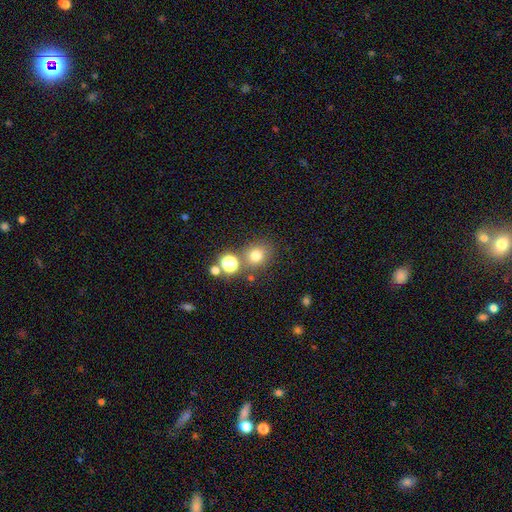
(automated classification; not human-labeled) Smooth or featured?
  - smooth: 74% *
  - star or artifact: 18%
  - featured or disk: 8%
How rounded?
  - round: 80% *
  - in between: 19%
  - cigar-shaped: 1%
Merging?
  - none: 73% *
  - merger: 13%
  - minor disturbance: 10%
  - major disturbance: 4%